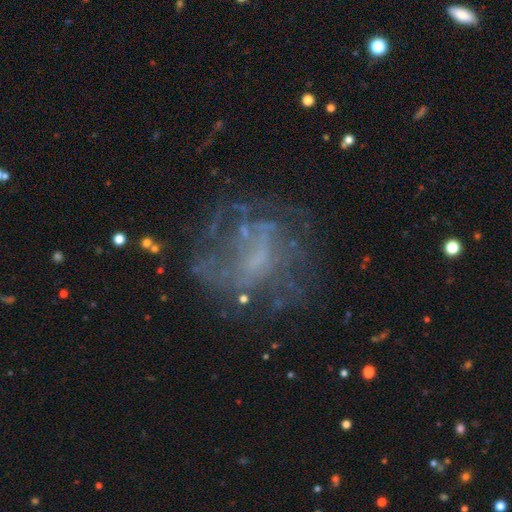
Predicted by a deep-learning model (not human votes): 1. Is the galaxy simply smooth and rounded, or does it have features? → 64% featured or disk, 19% star or artifact, 17% smooth.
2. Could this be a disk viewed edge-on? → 97% no, 3% yes.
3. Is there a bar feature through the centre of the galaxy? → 60% no, 30% weak, 10% strong.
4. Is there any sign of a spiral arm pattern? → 56% no, 44% yes.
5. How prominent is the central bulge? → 53% none, 28% small, 15% moderate, 3% large, 1% dominant.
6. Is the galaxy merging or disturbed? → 56% none, 25% major disturbance, 16% minor disturbance, 3% merger.